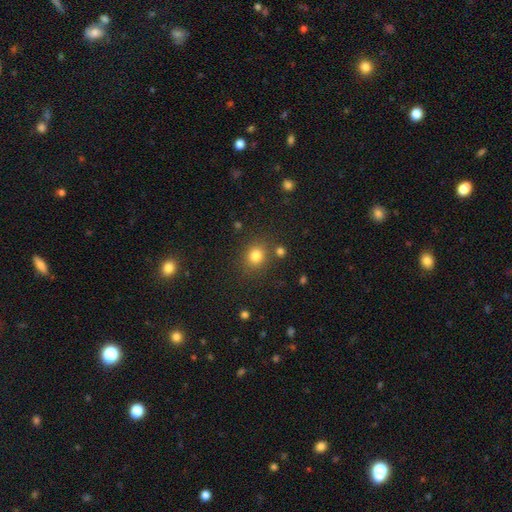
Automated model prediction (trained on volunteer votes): Overall: smooth (80%). How rounded: round (74%). Merging: none (79%).